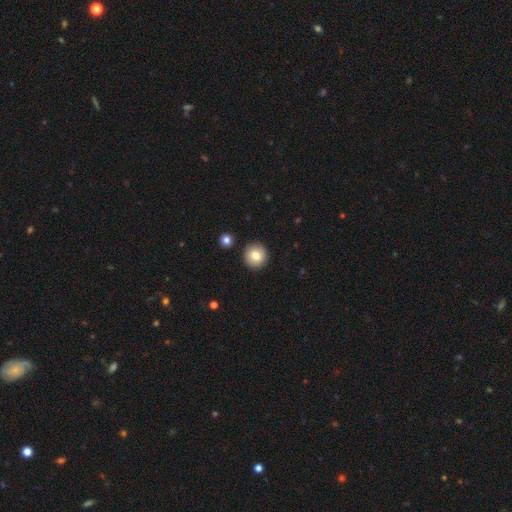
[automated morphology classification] type=smooth (82%); roundness=round (94%); merging=none (91%).